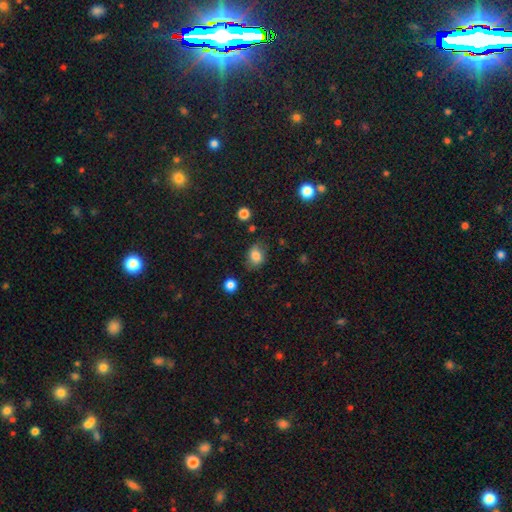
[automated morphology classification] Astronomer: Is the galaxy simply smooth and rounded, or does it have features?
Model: smooth — 81%.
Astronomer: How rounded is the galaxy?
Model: in between — 62% (runner-up: round, 37%).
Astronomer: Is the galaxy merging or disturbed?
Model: none — 69%.